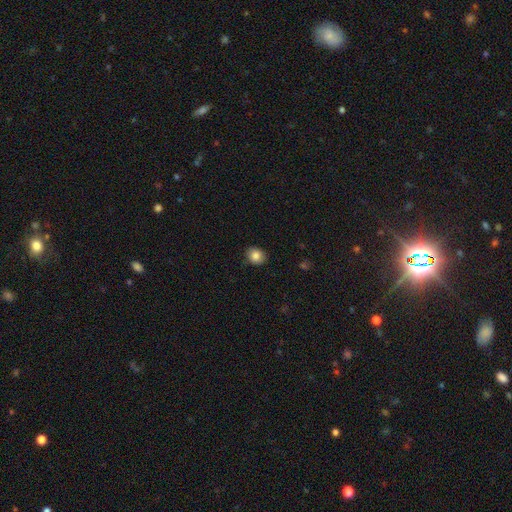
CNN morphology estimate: smooth_or_featured: smooth (p=0.84) [alt: star or artifact p=0.09]
how_rounded: round (p=0.63) [alt: in between p=0.36]
merging: none (p=0.88) [alt: minor disturbance p=0.10]